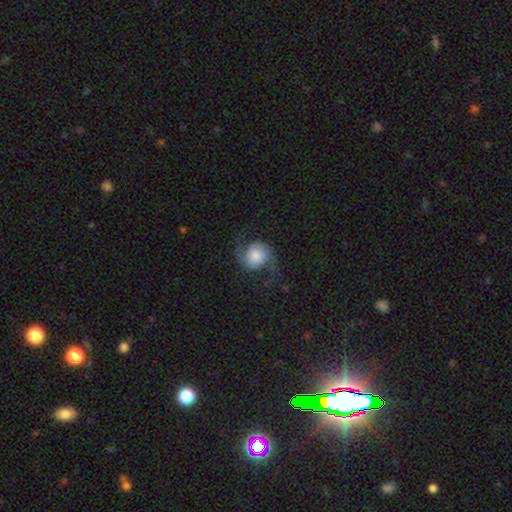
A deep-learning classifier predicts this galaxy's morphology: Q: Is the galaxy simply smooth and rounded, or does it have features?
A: featured or disk — 70%.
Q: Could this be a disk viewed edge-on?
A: no — 98%.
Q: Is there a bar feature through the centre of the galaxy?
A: no — 69%.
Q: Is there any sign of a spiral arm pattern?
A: yes — 95%.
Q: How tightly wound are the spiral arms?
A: loose — 58%.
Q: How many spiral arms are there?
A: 2 — 93%.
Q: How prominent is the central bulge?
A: large — 30%.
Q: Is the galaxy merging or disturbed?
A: none — 71%.